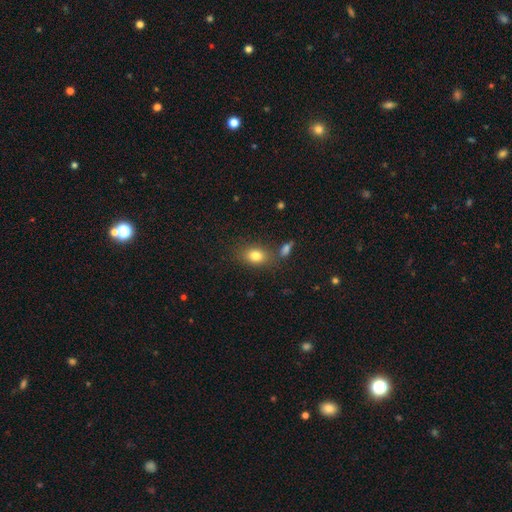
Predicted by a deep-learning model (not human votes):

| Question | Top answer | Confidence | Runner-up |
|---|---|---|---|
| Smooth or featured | smooth | 81% | star or artifact (10%) |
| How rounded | in between | 75% | round (23%) |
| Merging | none | 73% | minor disturbance (13%) |